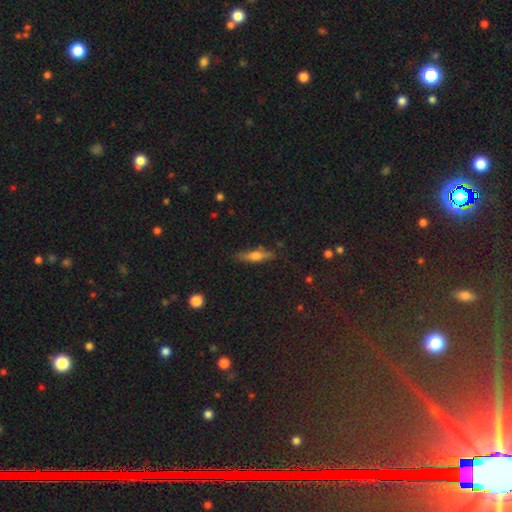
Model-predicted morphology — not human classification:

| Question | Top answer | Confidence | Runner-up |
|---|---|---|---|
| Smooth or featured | smooth | 52% | featured or disk (39%) |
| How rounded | cigar-shaped | 69% | in between (28%) |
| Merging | none | 80% | minor disturbance (15%) |